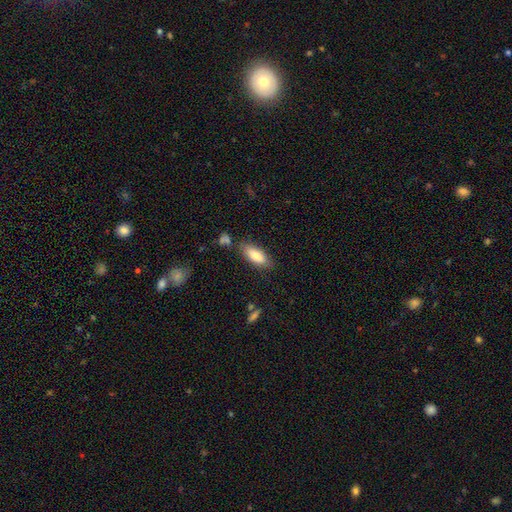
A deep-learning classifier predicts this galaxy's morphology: Smooth or featured? Predicted: smooth (p=0.77). How rounded? Predicted: in between (p=0.72). Merging? Predicted: none (p=0.77).